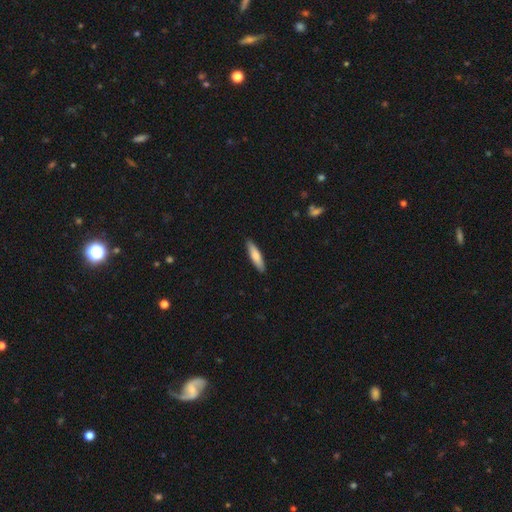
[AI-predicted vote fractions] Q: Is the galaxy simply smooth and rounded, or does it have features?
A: smooth — 77%.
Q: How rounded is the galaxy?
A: cigar-shaped — 74%.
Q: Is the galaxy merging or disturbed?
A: none — 90%.